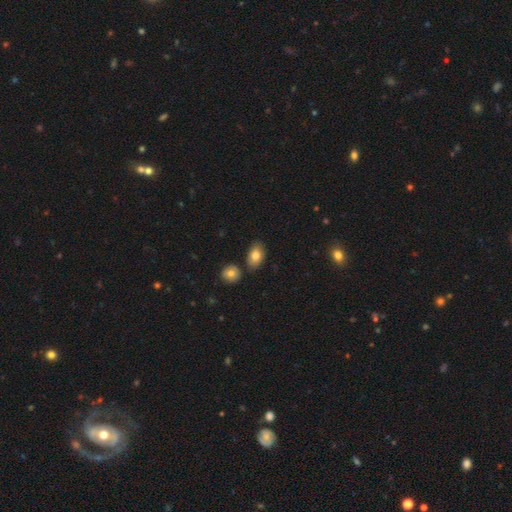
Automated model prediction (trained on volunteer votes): A smooth galaxy with no disk features (78%) that is in between round and cigar-shaped (89%). Merging: none (76%).